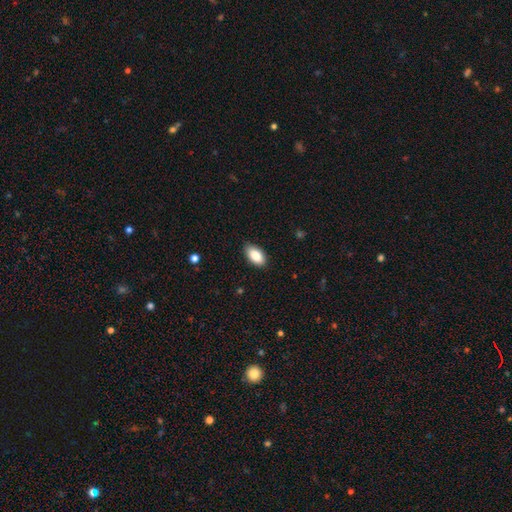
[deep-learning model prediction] Smooth or featured? smooth (85%)
How rounded? in between (93%)
Merging? none (86%)